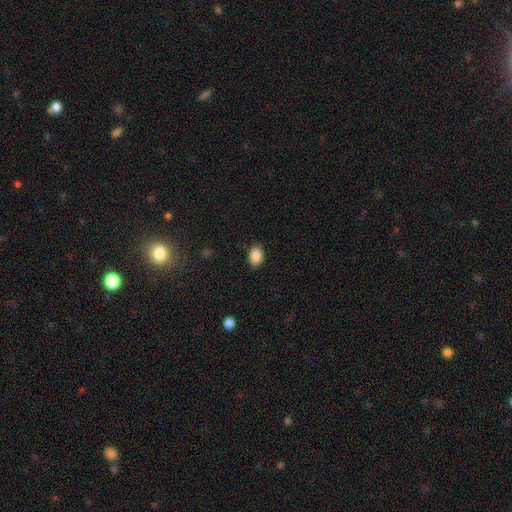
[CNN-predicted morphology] Overall: smooth (88%). How rounded: in between (82%). Merging: none (85%).